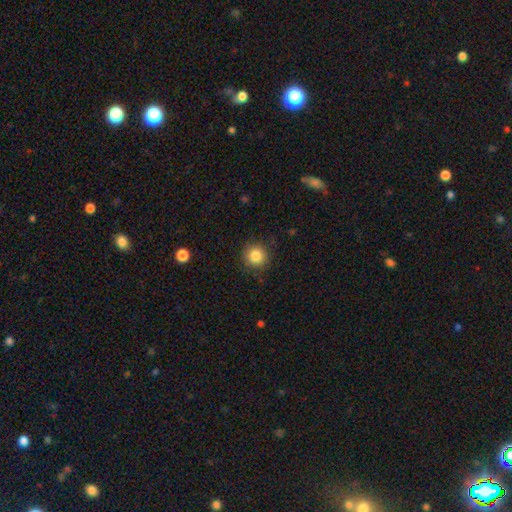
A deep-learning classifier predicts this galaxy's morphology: This appears to be a smooth galaxy with no disk features (85%) that is round (93%). Merging: none (88%).